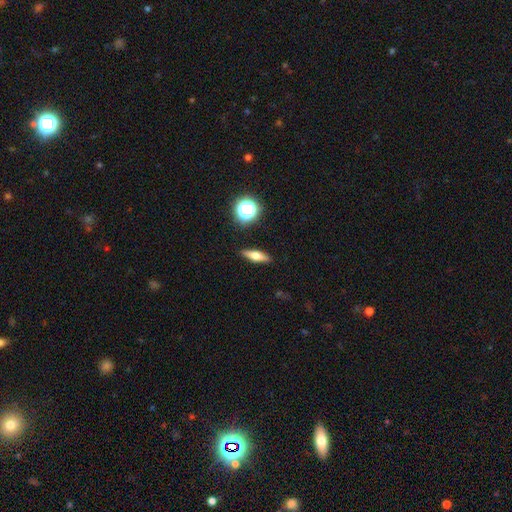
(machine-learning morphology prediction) Smooth or featured?
  - smooth: 55% *
  - featured or disk: 35%
  - star or artifact: 10%
How rounded?
  - cigar-shaped: 55% *
  - in between: 38%
  - round: 7%
Merging?
  - none: 89% *
  - minor disturbance: 8%
  - major disturbance: 2%
  - merger: 2%